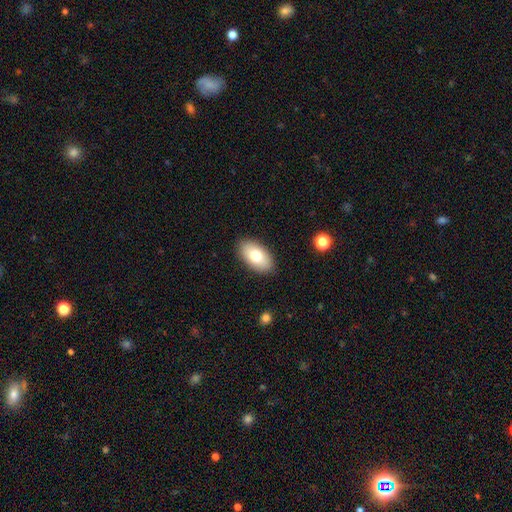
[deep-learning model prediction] Smooth or featured?
  - smooth: 76% *
  - featured or disk: 17%
  - star or artifact: 7%
How rounded?
  - in between: 94% *
  - round: 4%
  - cigar-shaped: 2%
Merging?
  - none: 88% *
  - minor disturbance: 9%
  - major disturbance: 2%
  - merger: 1%